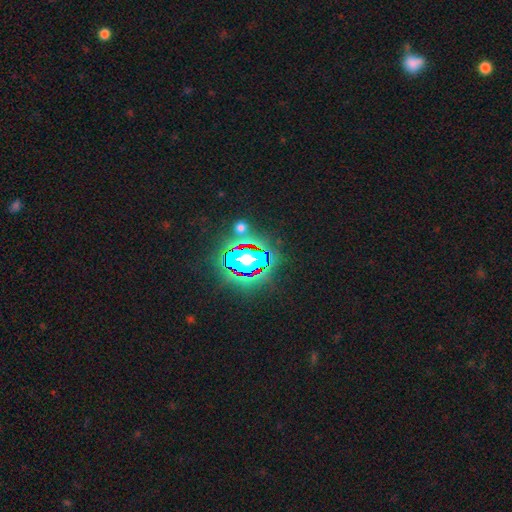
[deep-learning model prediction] Overall: star or artifact (81%).